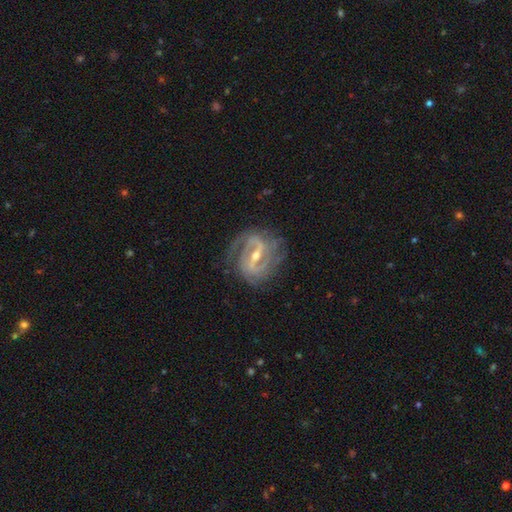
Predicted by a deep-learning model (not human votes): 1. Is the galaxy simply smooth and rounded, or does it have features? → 91% featured or disk, 5% star or artifact, 4% smooth.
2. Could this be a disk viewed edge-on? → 96% no, 4% yes.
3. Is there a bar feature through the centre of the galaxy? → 60% strong, 32% weak, 8% no.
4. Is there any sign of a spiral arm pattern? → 97% yes, 3% no.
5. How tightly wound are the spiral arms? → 49% tight, 41% medium, 10% loose.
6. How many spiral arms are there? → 66% 2, 14% 3, 10% can't tell, 4% 4, 3% 1, 3% more than 4.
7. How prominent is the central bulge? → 55% moderate, 42% small, 2% large, 1% none, 1% dominant.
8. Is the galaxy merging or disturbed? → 77% none, 15% minor disturbance, 7% major disturbance, 1% merger.